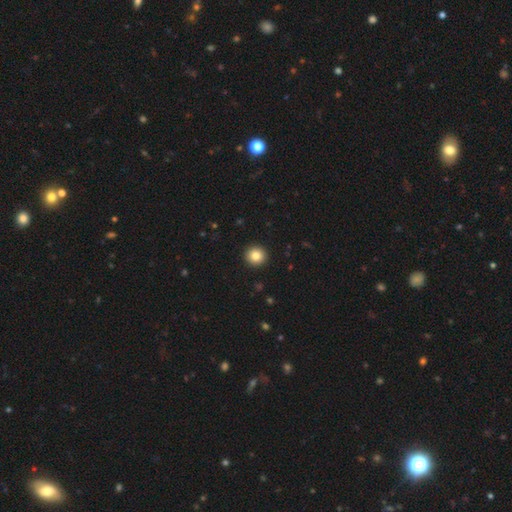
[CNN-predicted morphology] smooth-or-featured: smooth: 84% | star or artifact: 10% | featured or disk: 6%
  how-rounded: round: 95% | in between: 4% | cigar-shaped: 1%
  merging: none: 94% | minor disturbance: 4% | major disturbance: 1% | merger: 1%